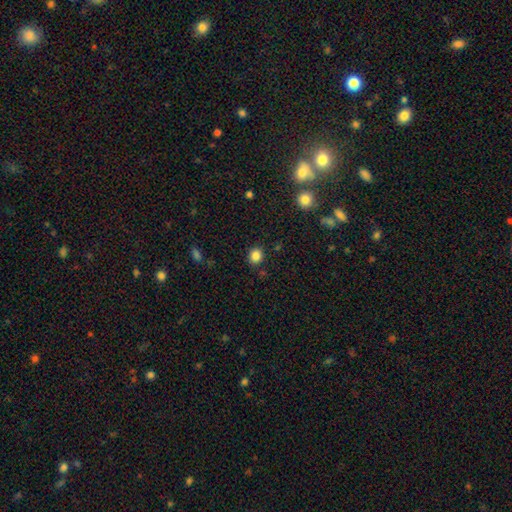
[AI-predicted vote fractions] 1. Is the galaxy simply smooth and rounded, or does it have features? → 85% smooth, 11% star or artifact, 4% featured or disk.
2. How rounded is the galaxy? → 74% round, 25% in between, 1% cigar-shaped.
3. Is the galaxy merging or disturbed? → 88% none, 8% minor disturbance, 2% major disturbance, 2% merger.